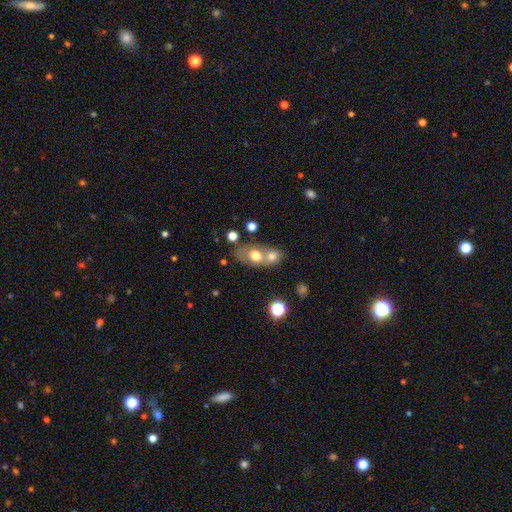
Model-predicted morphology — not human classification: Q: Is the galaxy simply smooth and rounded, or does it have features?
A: smooth — 68%.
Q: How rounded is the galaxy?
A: in between — 59%.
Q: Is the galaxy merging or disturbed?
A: merger — 58%.